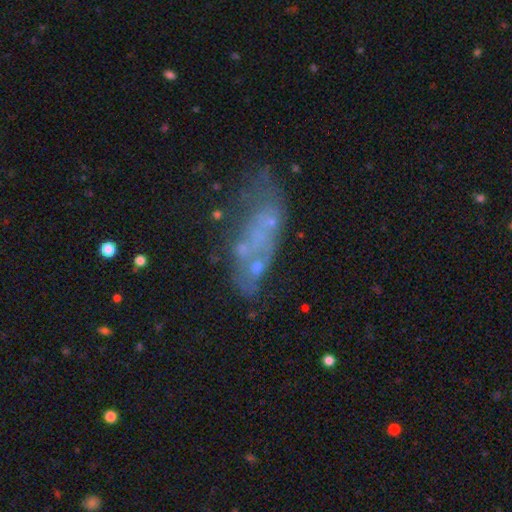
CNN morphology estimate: type=featured or disk (50%); merging=none (40%).